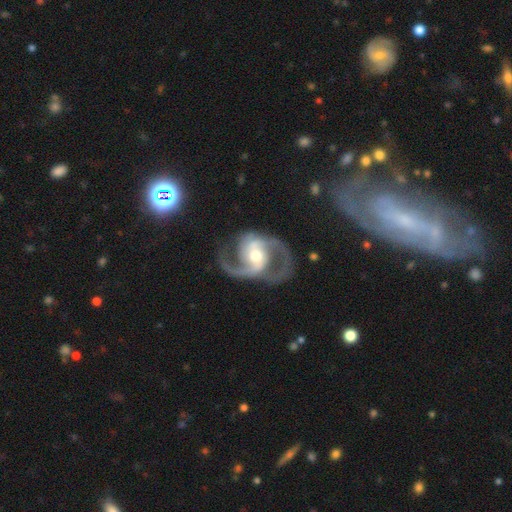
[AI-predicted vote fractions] This appears to be a featured or disk galaxy (91%) with a weak bar (39%), 2 (90%) medium (59%) spiral arms (97%) and a moderate central bulge (67%). Merging: none (74%).